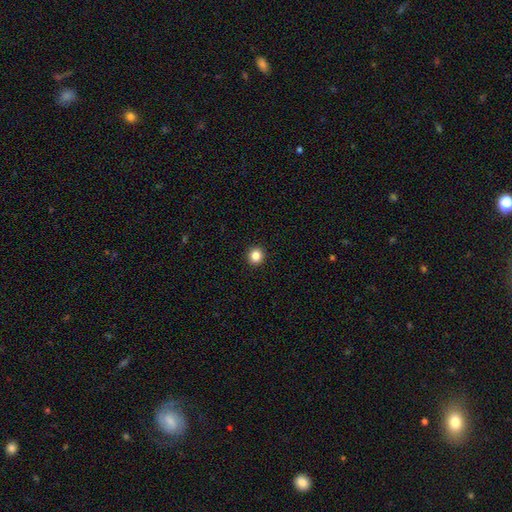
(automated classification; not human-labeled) This is clearly a smooth galaxy (84%). How rounded: clearly round (92%). Merging: clearly none (93%).